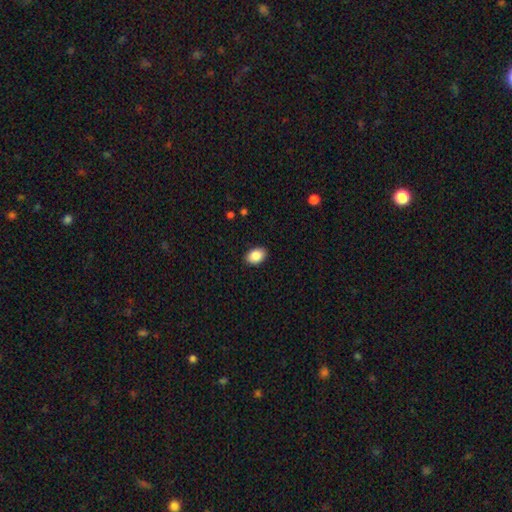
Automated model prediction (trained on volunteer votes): Smooth or featured? smooth (89%)
How rounded? in between (85%)
Merging? none (89%)